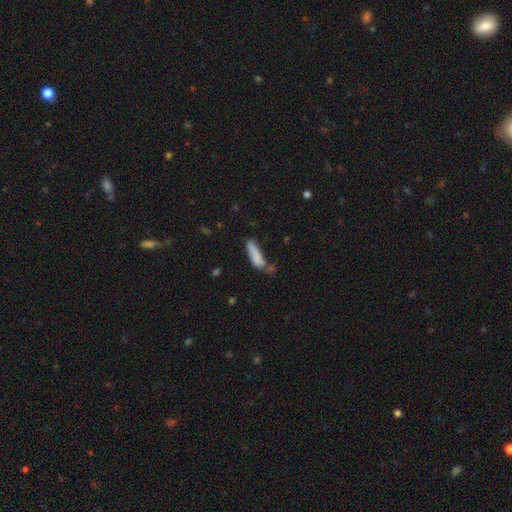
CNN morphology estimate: Overall: smooth (80%). How rounded: cigar-shaped (60%; in between 38%). Merging: none (47%; minor disturbance 25%).